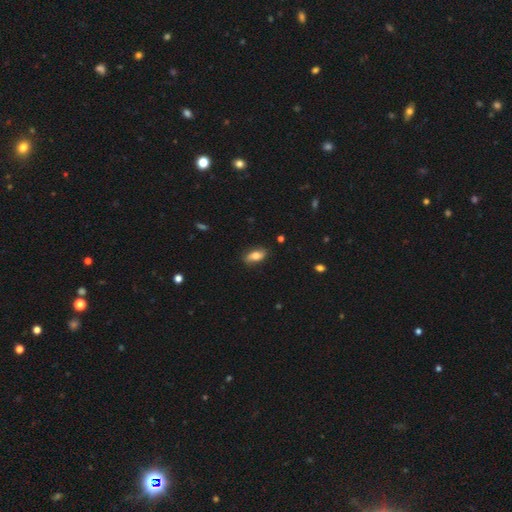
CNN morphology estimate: A smooth galaxy with no disk features (70%) that is in between round and cigar-shaped (85%).

Vote fractions:
- Smooth or featured? smooth: 70% / featured or disk: 23% / star or artifact: 7%
- How rounded? in between: 85% / cigar-shaped: 11% / round: 4%
- Merging? none: 82% / minor disturbance: 14% / major disturbance: 3% / merger: 1%